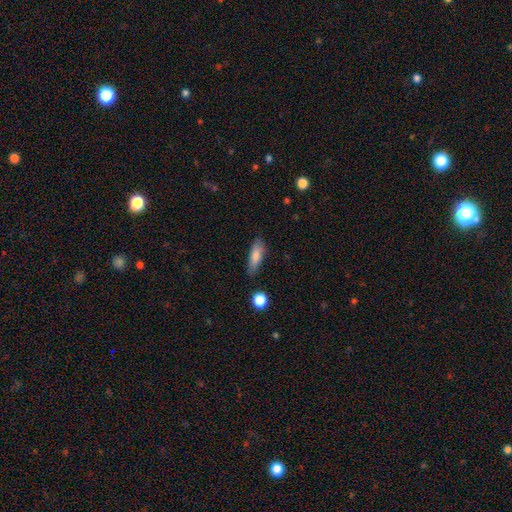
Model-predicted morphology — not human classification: This is clearly a smooth galaxy (80%). How rounded: possibly in between (53%). Merging: likely none (76%).